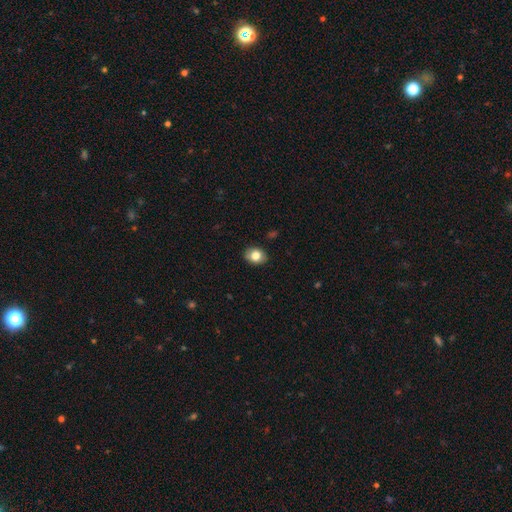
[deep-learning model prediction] A smooth galaxy with no disk features (80%) that is in between round and cigar-shaped (58%).

Vote fractions:
- Smooth or featured? smooth: 80% / featured or disk: 12% / star or artifact: 9%
- How rounded? in between: 58% / round: 40% / cigar-shaped: 1%
- Merging? none: 88% / minor disturbance: 9% / major disturbance: 2% / merger: 1%